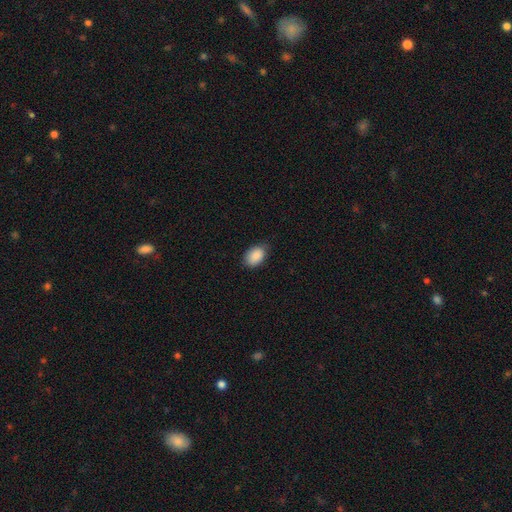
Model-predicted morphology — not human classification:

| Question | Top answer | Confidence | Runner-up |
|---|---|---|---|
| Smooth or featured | smooth | 89% | star or artifact (7%) |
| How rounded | in between | 87% | round (11%) |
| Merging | none | 76% | minor disturbance (20%) |